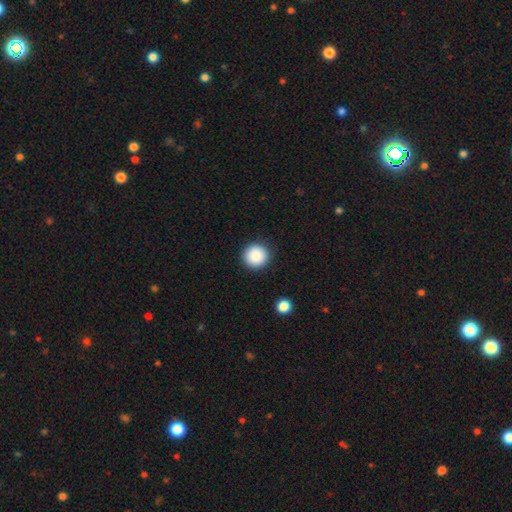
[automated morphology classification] A smooth galaxy with no disk features (88%) that is round (95%).

Vote fractions:
- Smooth or featured? smooth: 88% / star or artifact: 8% / featured or disk: 3%
- How rounded? round: 95% / in between: 4% / cigar-shaped: 1%
- Merging? none: 92% / minor disturbance: 5% / major disturbance: 2% / merger: 1%